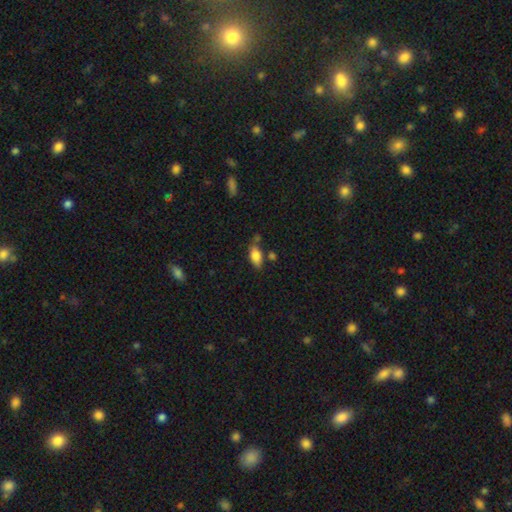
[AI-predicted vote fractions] The model was most divided on "merging": none: 63%, minor disturbance: 21%, merger: 11%, major disturbance: 5%. More confident: how rounded — in between (86%); smooth or featured — smooth (80%).